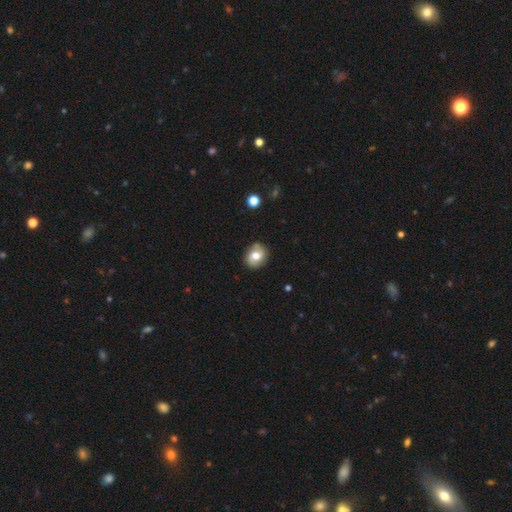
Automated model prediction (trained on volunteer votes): Smooth or featured?
  - smooth: 62% *
  - featured or disk: 29%
  - star or artifact: 9%
How rounded?
  - round: 62% *
  - in between: 37%
  - cigar-shaped: 1%
Merging?
  - none: 82% *
  - minor disturbance: 14%
  - major disturbance: 3%
  - merger: 2%